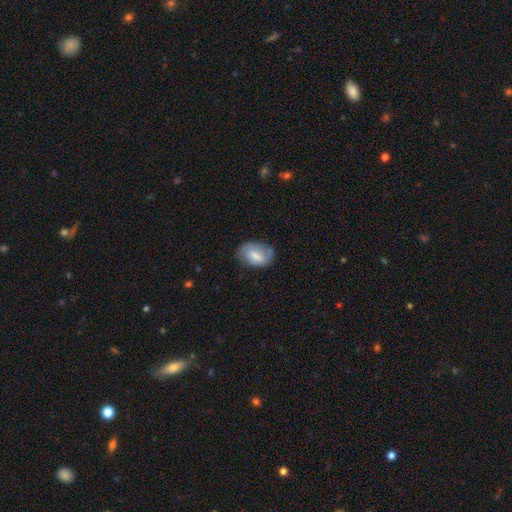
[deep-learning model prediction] A smooth galaxy with no disk features (66%) that is in between round and cigar-shaped (86%).

Vote fractions:
- Smooth or featured? smooth: 66% / featured or disk: 28% / star or artifact: 7%
- How rounded? in between: 86% / round: 13% / cigar-shaped: 1%
- Merging? none: 66% / minor disturbance: 26% / major disturbance: 7% / merger: 2%